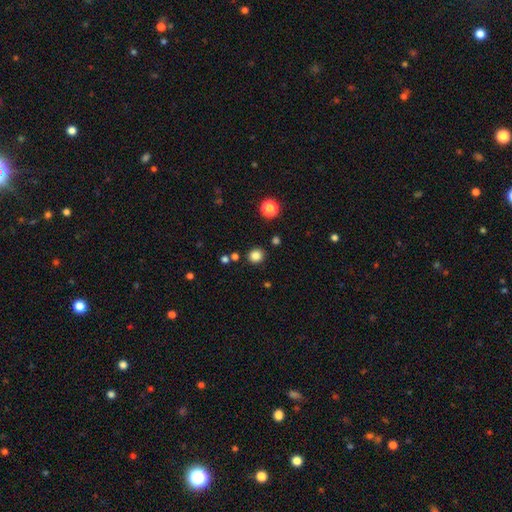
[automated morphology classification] Smooth or featured: smooth — 83% (star or artifact — 13%)
How rounded: round — 87% (in between — 12%)
Merging: none — 87% (minor disturbance — 7%)